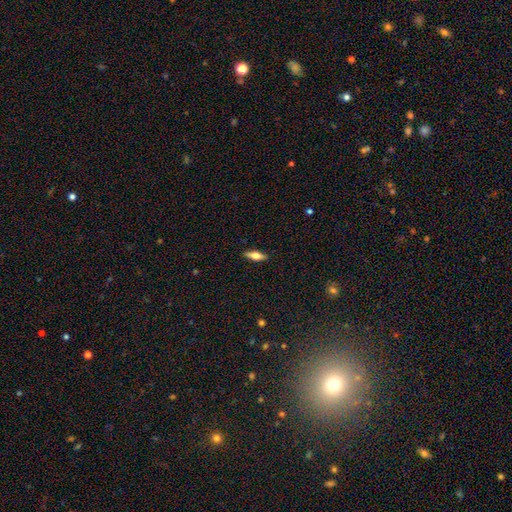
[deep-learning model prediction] Q: Smooth or featured?
A: smooth (51%); runner-up: featured or disk (42%)
Q: How rounded?
A: in between (53%); runner-up: cigar-shaped (43%)
Q: Merging?
A: none (90%); runner-up: minor disturbance (8%)